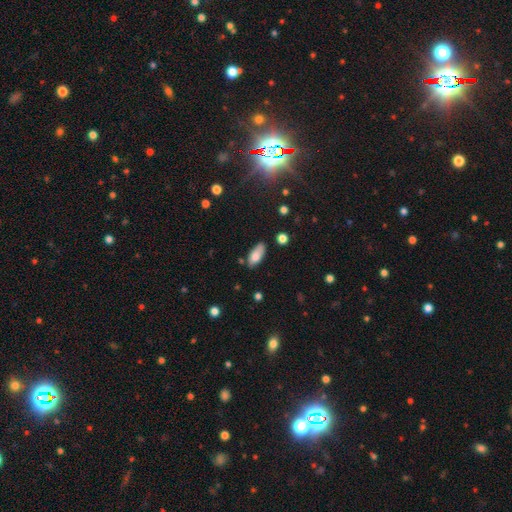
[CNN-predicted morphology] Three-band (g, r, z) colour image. It shows a smooth galaxy with no disk features (81%) that is in between round and cigar-shaped (83%). Merging: none (67%).